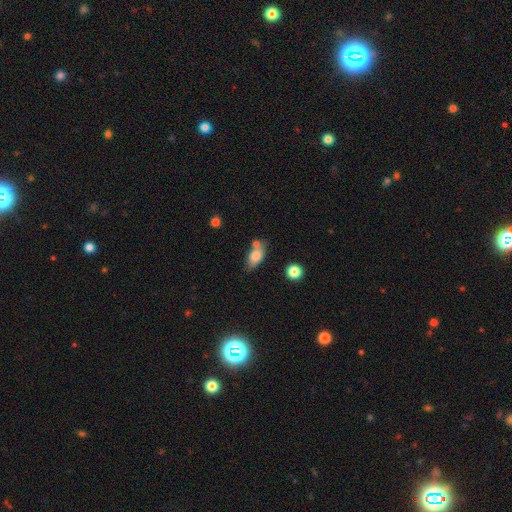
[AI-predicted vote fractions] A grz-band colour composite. It shows a smooth galaxy with no disk features (77%) that is in between round and cigar-shaped (85%). Merging: none (54%).